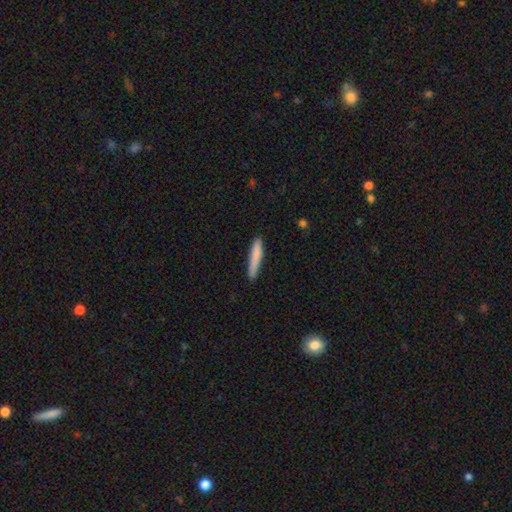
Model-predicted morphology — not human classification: Overall: smooth (81%). How rounded: cigar-shaped (93%). Merging: none (82%).